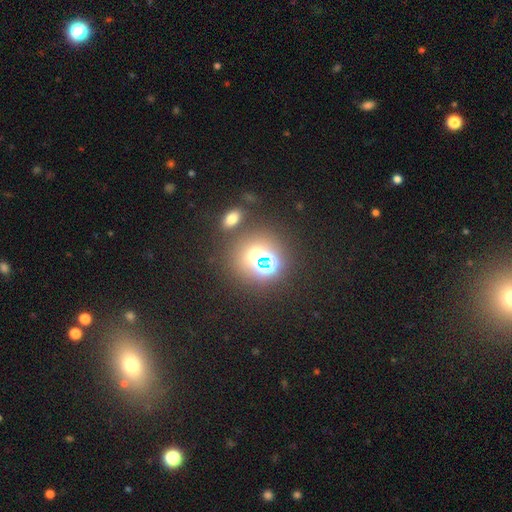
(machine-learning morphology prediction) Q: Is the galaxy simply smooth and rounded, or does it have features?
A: star or artifact — 52%.